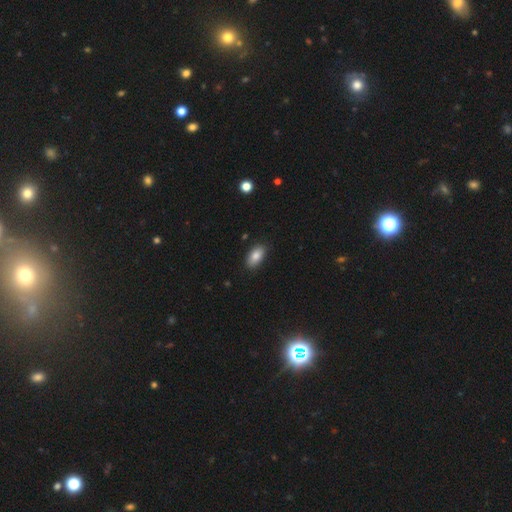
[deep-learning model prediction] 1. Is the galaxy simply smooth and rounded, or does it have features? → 84% smooth, 9% featured or disk, 7% star or artifact.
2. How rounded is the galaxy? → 93% in between, 4% round, 3% cigar-shaped.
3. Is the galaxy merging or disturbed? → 87% none, 10% minor disturbance, 2% major disturbance, 1% merger.